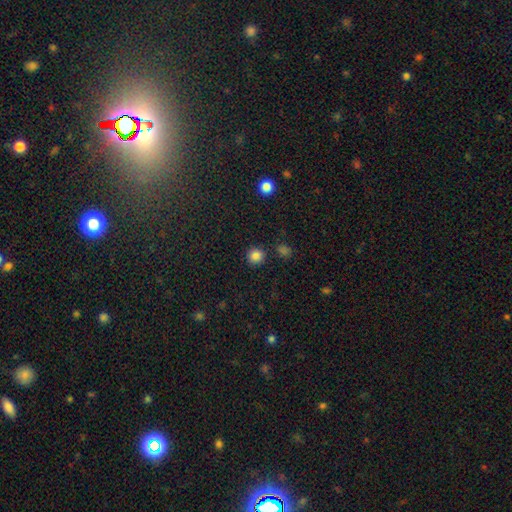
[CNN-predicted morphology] smooth_or_featured: smooth (p=0.84) [alt: star or artifact p=0.12]
how_rounded: round (p=0.92) [alt: in between p=0.07]
merging: none (p=0.87) [alt: minor disturbance p=0.07]